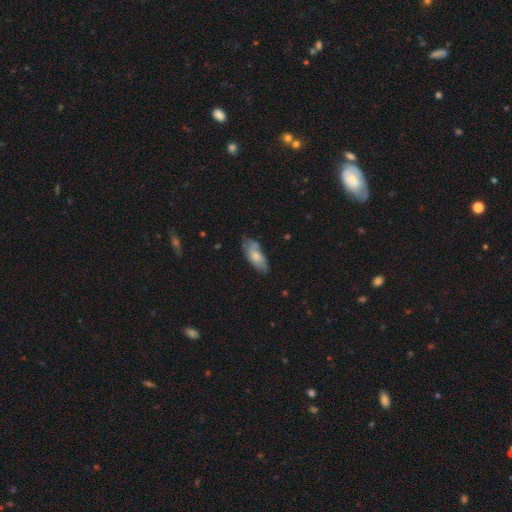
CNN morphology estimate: Smooth or featured? smooth (67%)
How rounded? in between (81%)
Merging? none (60%)